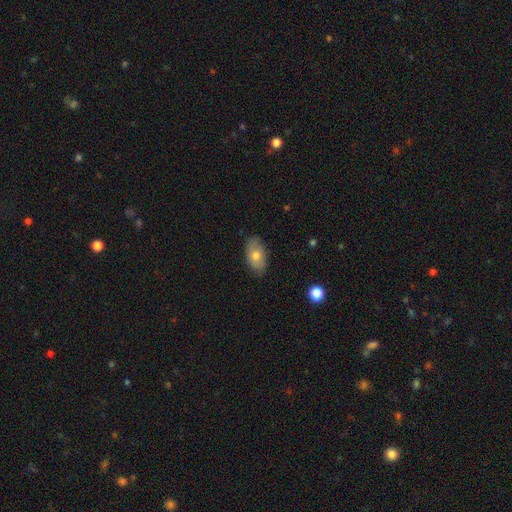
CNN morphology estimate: smooth_or_featured: smooth (p=0.70) [alt: featured or disk p=0.23]
how_rounded: in between (p=0.92) [alt: round p=0.06]
merging: none (p=0.81) [alt: minor disturbance p=0.16]